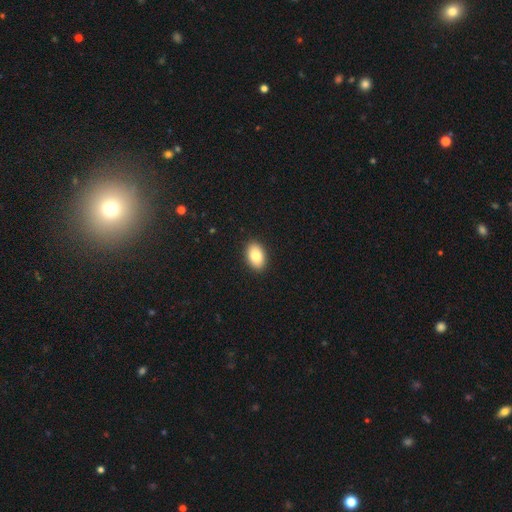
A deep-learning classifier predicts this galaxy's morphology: Q: Smooth or featured?
A: smooth (84%); runner-up: featured or disk (8%)
Q: How rounded?
A: in between (90%); runner-up: round (9%)
Q: Merging?
A: none (91%); runner-up: minor disturbance (7%)